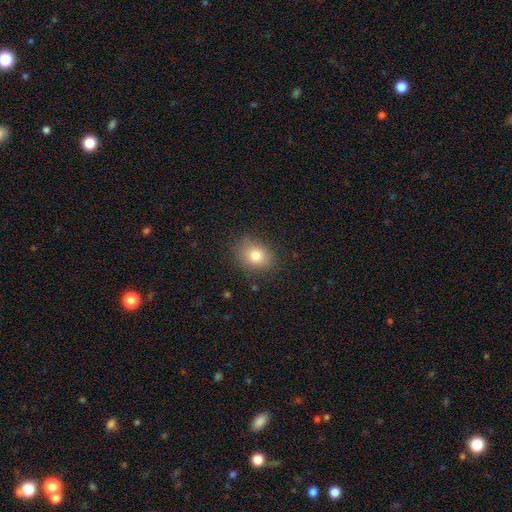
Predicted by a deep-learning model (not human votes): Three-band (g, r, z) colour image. It shows a smooth galaxy with no disk features (79%) that is in between round and cigar-shaped (50%). Merging: none (81%).